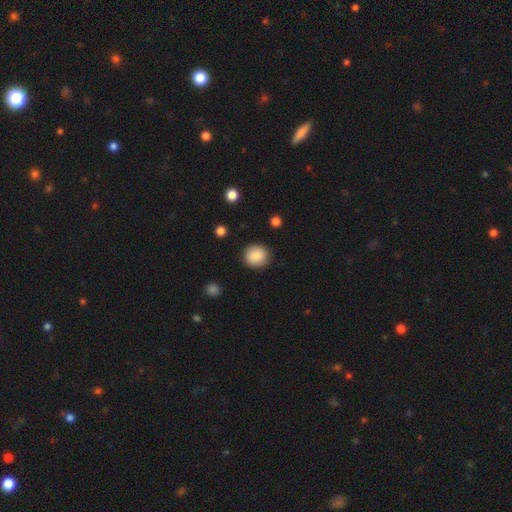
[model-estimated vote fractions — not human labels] Smooth or featured?
  - smooth: 87% *
  - star or artifact: 8%
  - featured or disk: 5%
How rounded?
  - round: 89% *
  - in between: 10%
  - cigar-shaped: 1%
Merging?
  - none: 89% *
  - minor disturbance: 8%
  - major disturbance: 2%
  - merger: 1%